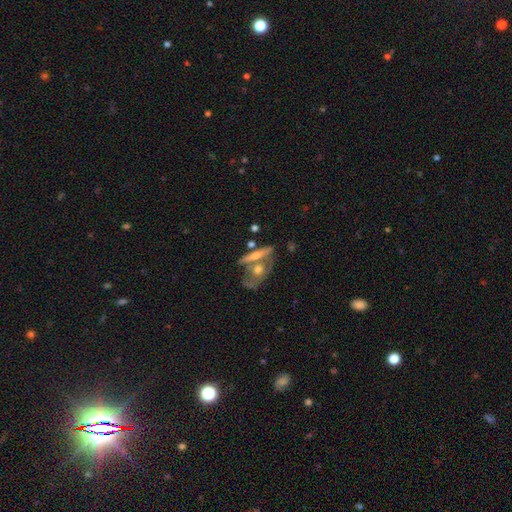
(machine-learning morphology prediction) A featured or disk galaxy (51%) viewed edge-on (71%).

Vote fractions:
- Smooth or featured? featured or disk: 51% / smooth: 42% / star or artifact: 7%
- Edge-on disk? yes: 71% / no: 29%
- Merging? none: 44% / merger: 37% / minor disturbance: 12% / major disturbance: 7%